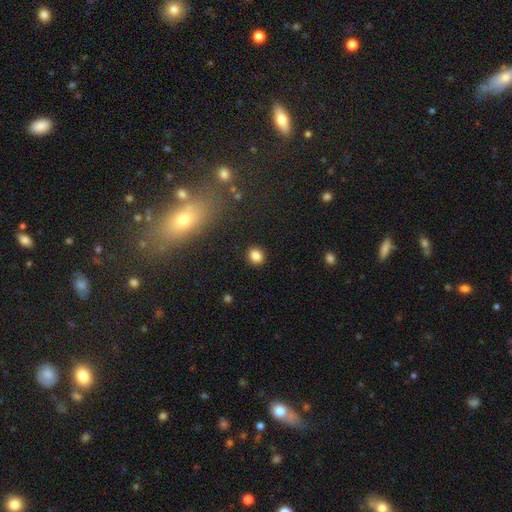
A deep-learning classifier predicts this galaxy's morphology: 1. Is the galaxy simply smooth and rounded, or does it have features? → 85% smooth, 11% star or artifact, 5% featured or disk.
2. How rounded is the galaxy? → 77% round, 22% in between, 1% cigar-shaped.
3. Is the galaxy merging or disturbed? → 90% none, 6% minor disturbance, 2% major disturbance, 1% merger.